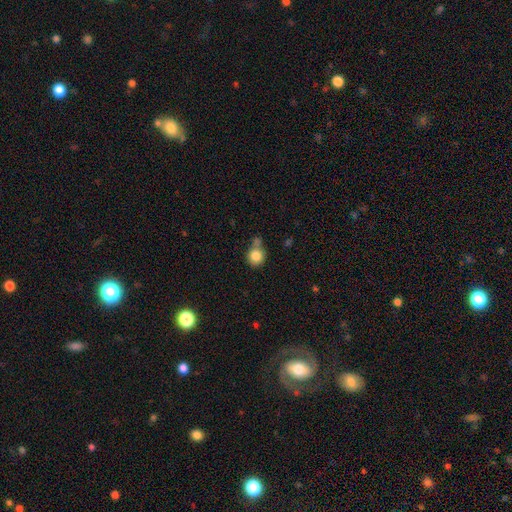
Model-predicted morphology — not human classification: smooth-or-featured: smooth: 83% | star or artifact: 10% | featured or disk: 7%
  how-rounded: round: 85% | in between: 14% | cigar-shaped: 1%
  merging: none: 53% | merger: 26% | minor disturbance: 16% | major disturbance: 5%